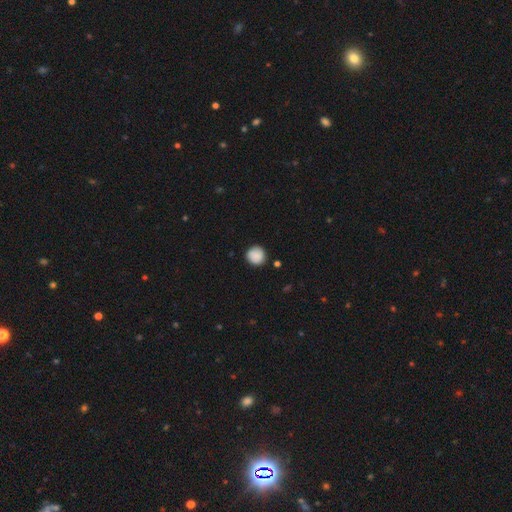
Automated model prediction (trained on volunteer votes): This appears to be a smooth galaxy with no disk features (87%) that is round (93%). Merging: none (85%).